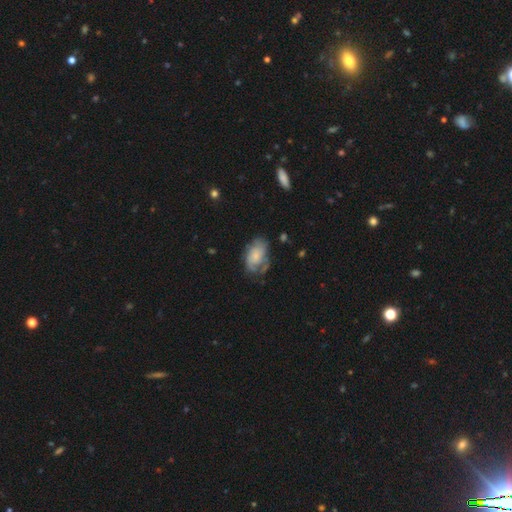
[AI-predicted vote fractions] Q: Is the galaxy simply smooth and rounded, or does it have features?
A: featured or disk — 48%.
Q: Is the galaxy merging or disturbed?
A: none — 48%.